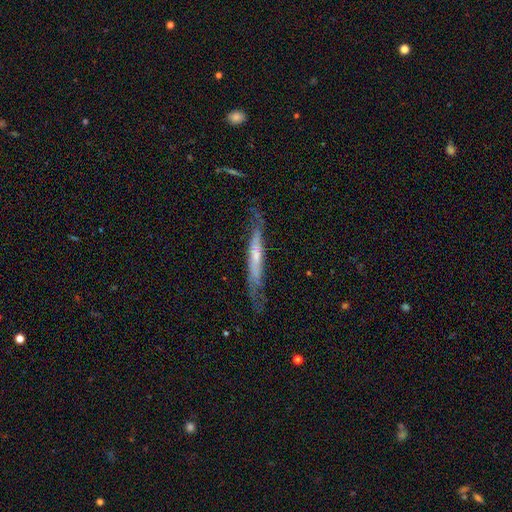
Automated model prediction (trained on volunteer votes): smooth_or_featured: featured or disk (p=0.63) [alt: smooth p=0.30]
disk_edge_on: yes (p=0.77) [alt: no p=0.23]
merging: none (p=0.63) [alt: minor disturbance p=0.24]